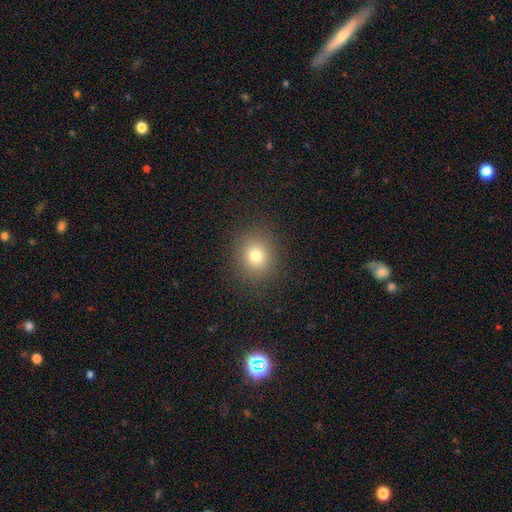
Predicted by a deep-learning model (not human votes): Smooth or featured? smooth (76%)
How rounded? round (80%)
Merging? none (89%)